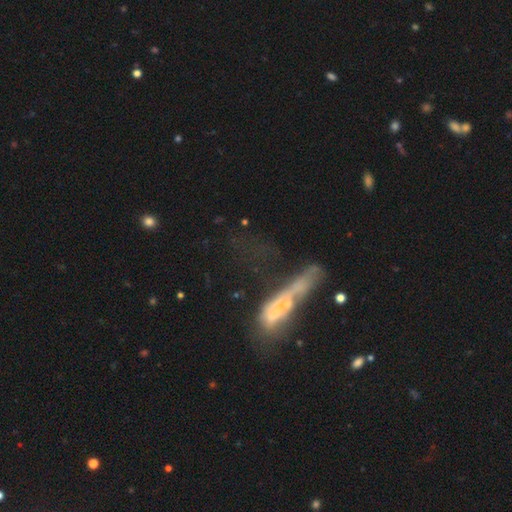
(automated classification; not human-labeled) smooth_or_featured: featured or disk (p=0.39) [alt: smooth p=0.38]
merging: major disturbance (p=0.35) [alt: merger p=0.26]